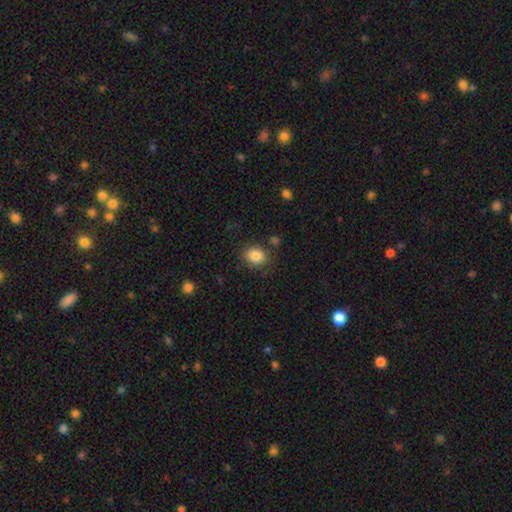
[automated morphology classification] Overall: smooth (85%). How rounded: round (64%; in between 35%). Merging: none (80%).